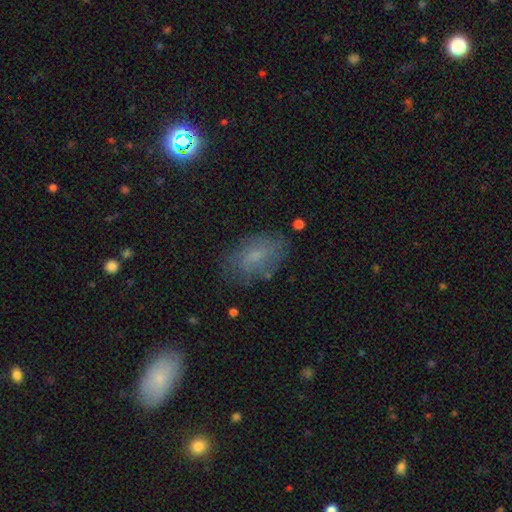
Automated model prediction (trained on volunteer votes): A smooth galaxy with no disk features (59%) that is in between round and cigar-shaped (88%).

Vote fractions:
- Smooth or featured? smooth: 59% / featured or disk: 27% / star or artifact: 14%
- How rounded? in between: 88% / round: 10% / cigar-shaped: 3%
- Merging? none: 73% / minor disturbance: 18% / major disturbance: 7% / merger: 2%